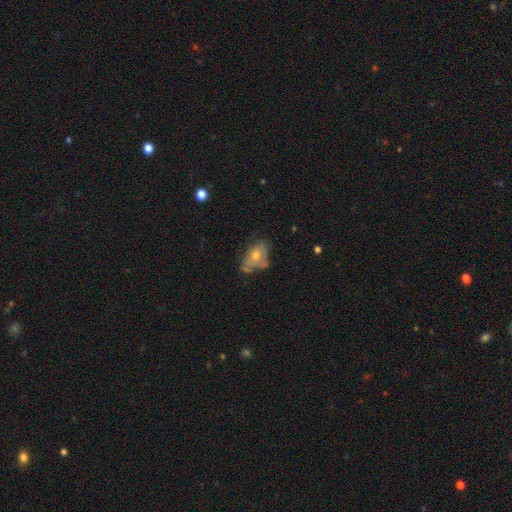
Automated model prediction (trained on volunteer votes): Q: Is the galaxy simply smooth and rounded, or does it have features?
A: featured or disk — 47%.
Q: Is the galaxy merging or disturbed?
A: none — 38%.